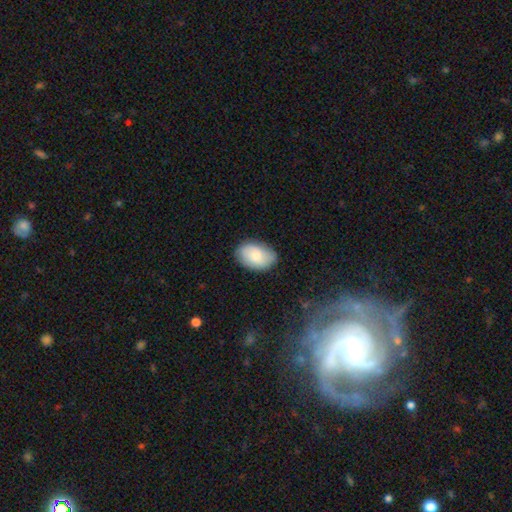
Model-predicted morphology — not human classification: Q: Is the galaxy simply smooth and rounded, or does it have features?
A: smooth — 76%.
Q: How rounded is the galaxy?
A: in between — 88%.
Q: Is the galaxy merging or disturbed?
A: none — 81%.